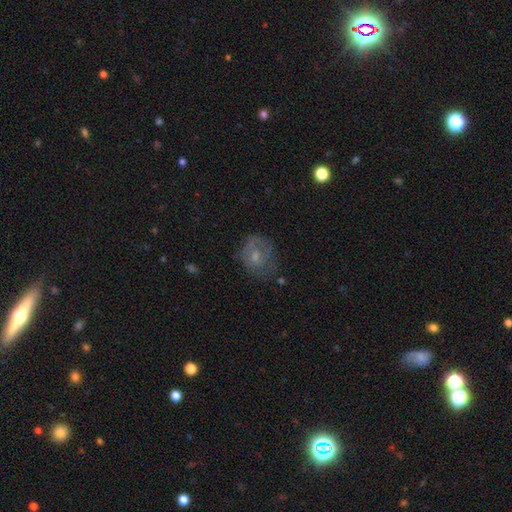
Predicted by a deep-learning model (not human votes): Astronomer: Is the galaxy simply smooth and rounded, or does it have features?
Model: featured or disk — 45% (runner-up: smooth, 43%).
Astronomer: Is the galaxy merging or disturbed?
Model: none — 55%.